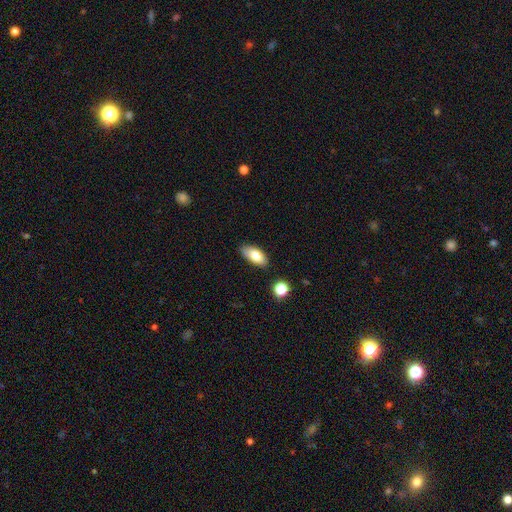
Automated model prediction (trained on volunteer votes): A smooth galaxy with no disk features (77%) that is in between round and cigar-shaped (88%). Merging: none (82%).